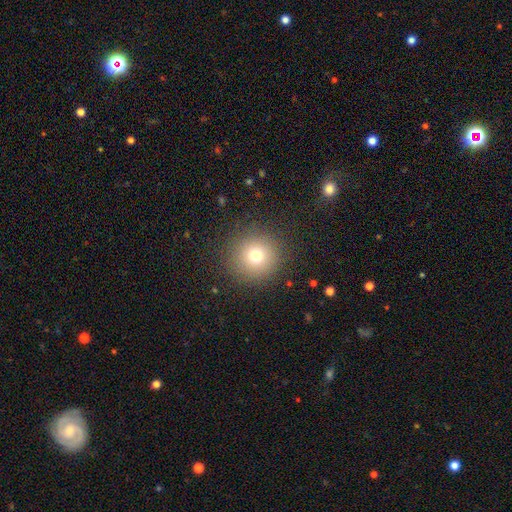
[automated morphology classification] smooth 74%, star or artifact 16%, featured or disk 10%. Down the decision tree: how rounded — round (95%); merging — none (89%).